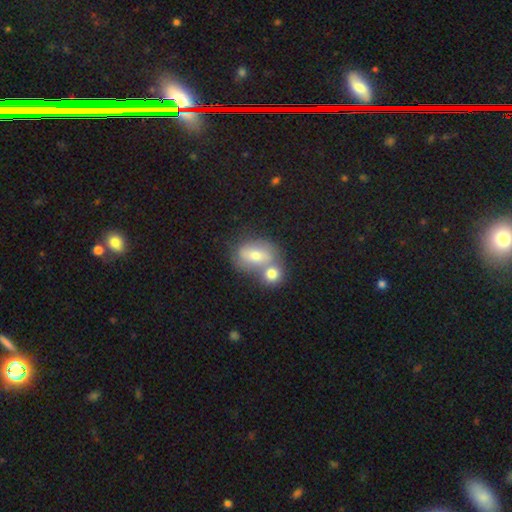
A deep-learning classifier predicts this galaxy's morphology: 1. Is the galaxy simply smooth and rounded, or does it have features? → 60% smooth, 29% featured or disk, 10% star or artifact.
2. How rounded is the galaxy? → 61% in between, 36% round, 3% cigar-shaped.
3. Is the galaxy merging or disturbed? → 54% merger, 33% none, 9% minor disturbance, 4% major disturbance.